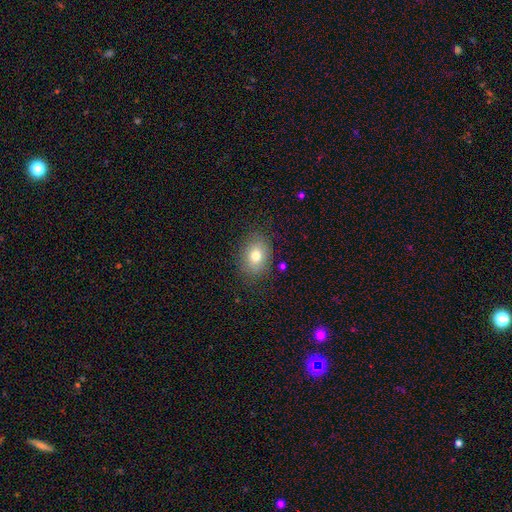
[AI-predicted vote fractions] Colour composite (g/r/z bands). It shows a smooth galaxy with no disk features (76%) that is in between round and cigar-shaped (66%). Merging: none (82%).